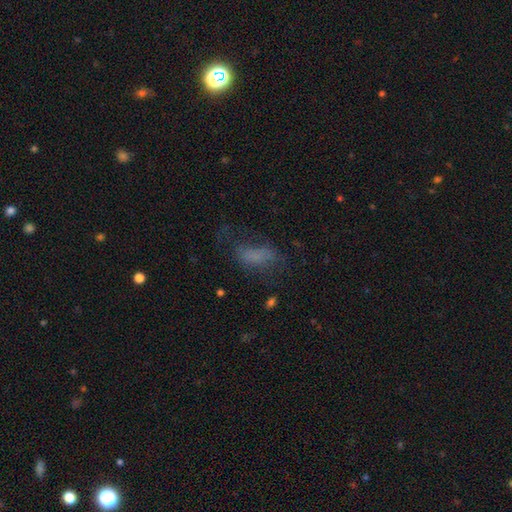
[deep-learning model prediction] Smooth or featured?
  - smooth: 60% *
  - featured or disk: 23%
  - star or artifact: 17%
How rounded?
  - in between: 80% *
  - cigar-shaped: 15%
  - round: 5%
Merging?
  - none: 40% *
  - major disturbance: 33%
  - minor disturbance: 24%
  - merger: 3%